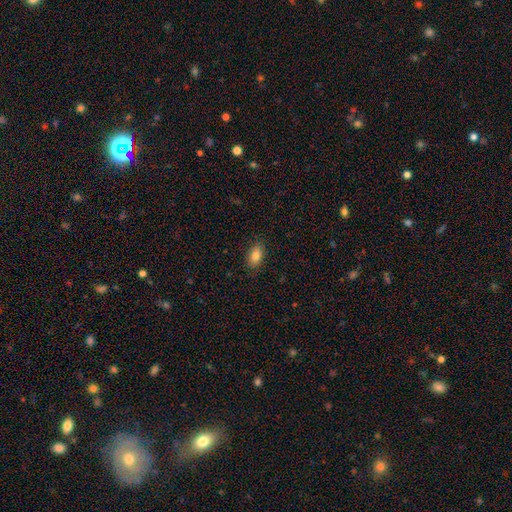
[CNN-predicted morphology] smooth_or_featured: smooth (p=0.84) [alt: featured or disk p=0.08]
how_rounded: in between (p=0.90) [alt: round p=0.07]
merging: none (p=0.85) [alt: minor disturbance p=0.11]